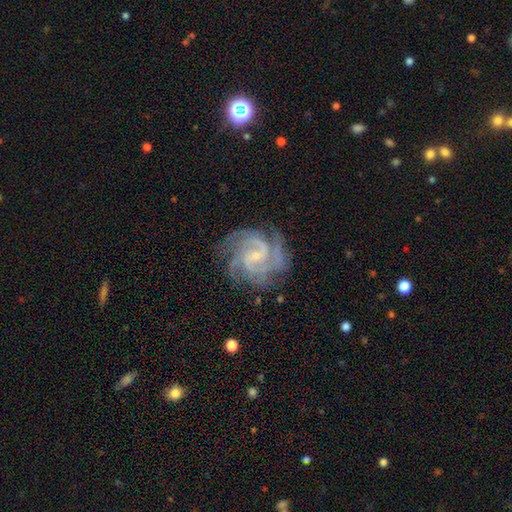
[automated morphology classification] Smooth or featured: featured or disk — 91% (star or artifact — 5%)
Edge-on disk: no — 98% (yes — 2%)
Bar: no — 45% (weak — 44%)
Spiral arms: yes — 98% (no — 2%)
Spiral winding: tight — 56% (medium — 39%)
Spiral arm count: 3 — 35% (2 — 23%)
Bulge size: small — 79% (moderate — 16%)
Merging: none — 74% (minor disturbance — 18%)